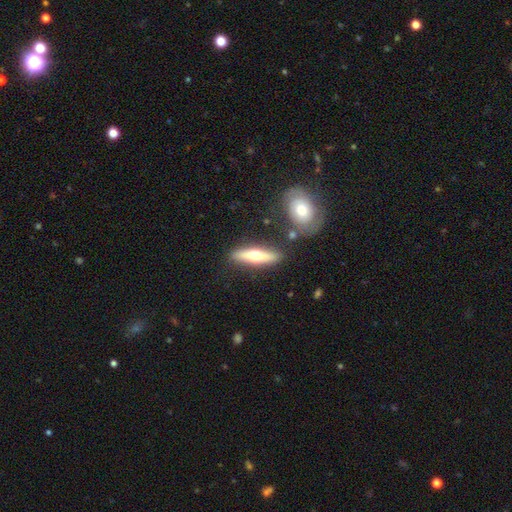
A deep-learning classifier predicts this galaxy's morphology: The model was most divided on "smooth or featured" (2-way tie): featured or disk: 47%, smooth: 47%, star or artifact: 6%. More confident: merging — none (83%).